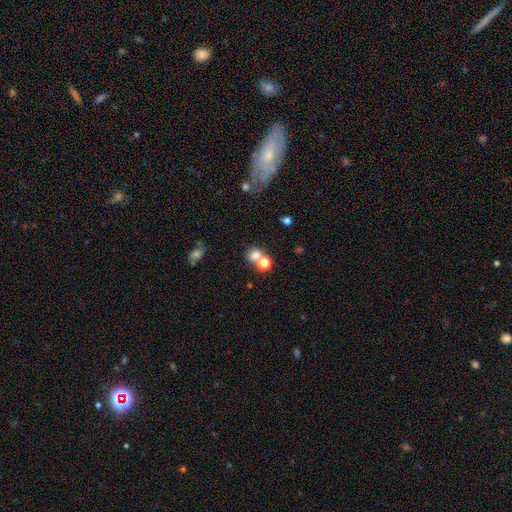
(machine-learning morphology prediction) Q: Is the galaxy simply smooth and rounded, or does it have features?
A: smooth — 72%.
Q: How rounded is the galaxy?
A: round — 69%.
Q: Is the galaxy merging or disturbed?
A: none — 48%.